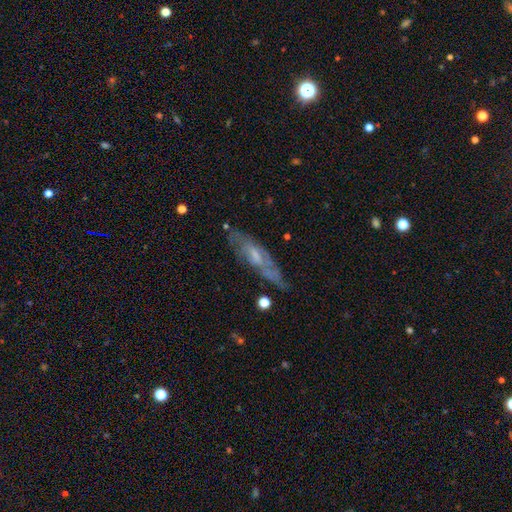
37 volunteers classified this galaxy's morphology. smooth_or_featured: featured or disk (p=0.70) [alt: smooth p=0.27]
disk_edge_on: no (p=0.54) [alt: yes p=0.46]
bar: no (p=0.57) [alt: weak p=0.36]
has_spiral_arms: yes (p=0.50) [tied with: no p=0.50]
spiral_winding: medium (p=0.57) [alt: tight p=0.29]
spiral_arm_count: can't tell (p=0.86) [alt: more than 4 p=0.14]
bulge_size: small (p=0.64) [alt: moderate p=0.36]
merging: none (p=0.67) [alt: minor disturbance p=0.28]